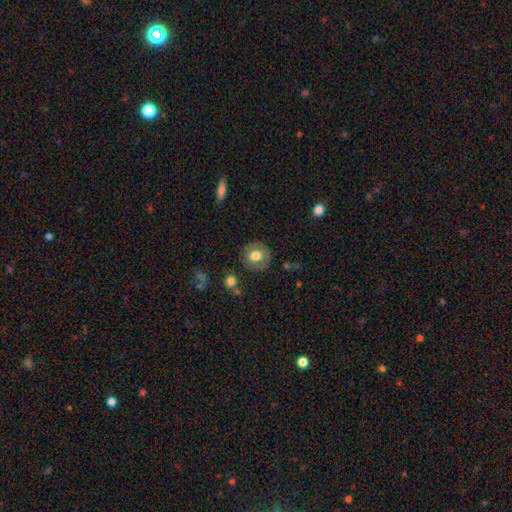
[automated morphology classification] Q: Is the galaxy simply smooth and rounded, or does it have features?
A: smooth — 67%.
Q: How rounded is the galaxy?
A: round — 86%.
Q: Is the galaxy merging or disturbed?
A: none — 82%.